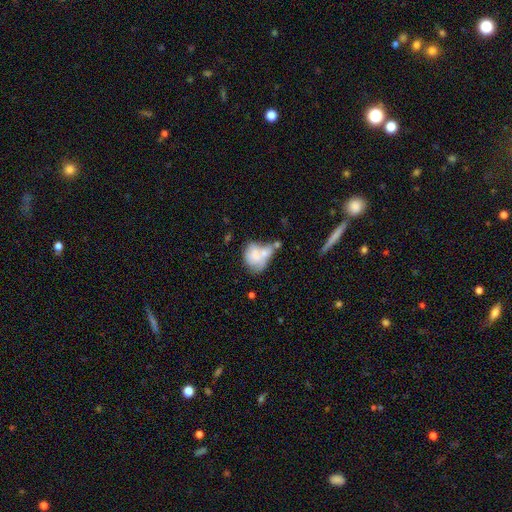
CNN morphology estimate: smooth 57%, featured or disk 35%, star or artifact 8%. Down the decision tree: how rounded — in between (64%); merging — merger (48%).